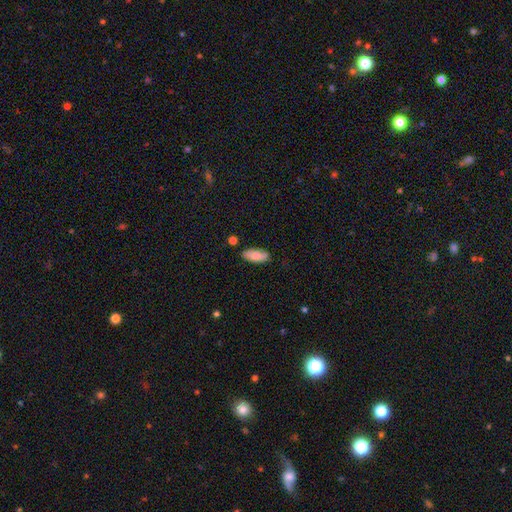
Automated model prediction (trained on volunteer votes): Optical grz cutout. It shows a smooth galaxy with no disk features (81%) that is in between round and cigar-shaped (83%). Merging: none (80%).